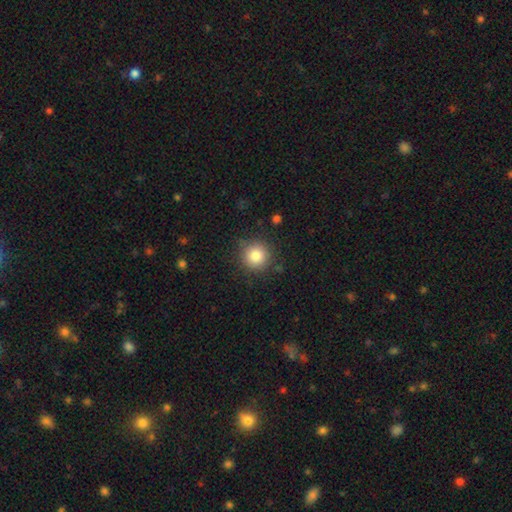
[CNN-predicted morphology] A smooth galaxy with no disk features (84%) that is round (94%).

Vote fractions:
- Smooth or featured? smooth: 84% / star or artifact: 10% / featured or disk: 6%
- How rounded? round: 94% / in between: 5% / cigar-shaped: 1%
- Merging? none: 86% / minor disturbance: 9% / major disturbance: 3% / merger: 2%